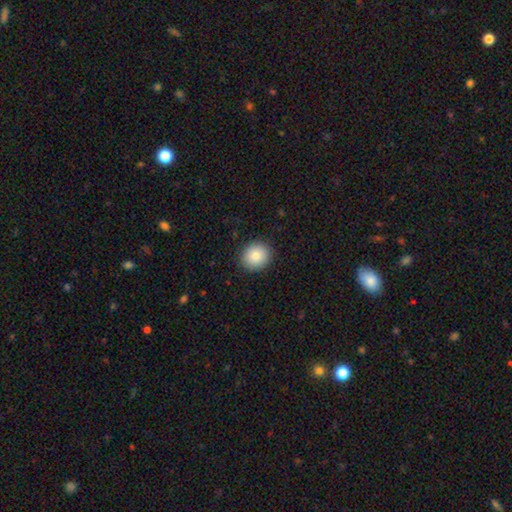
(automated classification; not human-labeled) Smooth or featured: smooth — 85% (star or artifact — 8%)
How rounded: round — 78% (in between — 21%)
Merging: none — 90% (minor disturbance — 7%)